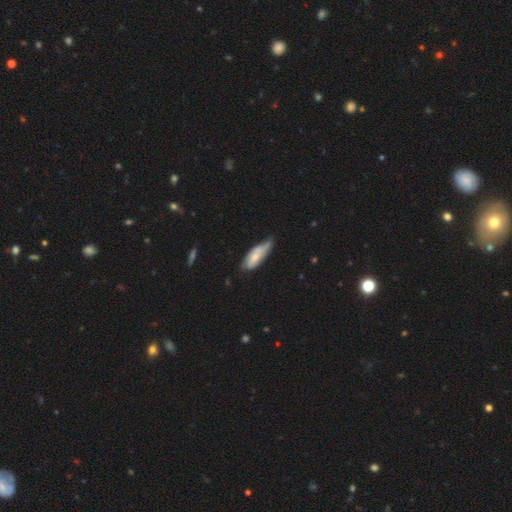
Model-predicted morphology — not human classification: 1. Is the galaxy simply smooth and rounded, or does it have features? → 63% smooth, 31% featured or disk, 6% star or artifact.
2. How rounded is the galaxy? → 65% in between, 34% cigar-shaped, 2% round.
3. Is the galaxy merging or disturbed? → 46% none, 41% minor disturbance, 10% major disturbance, 3% merger.